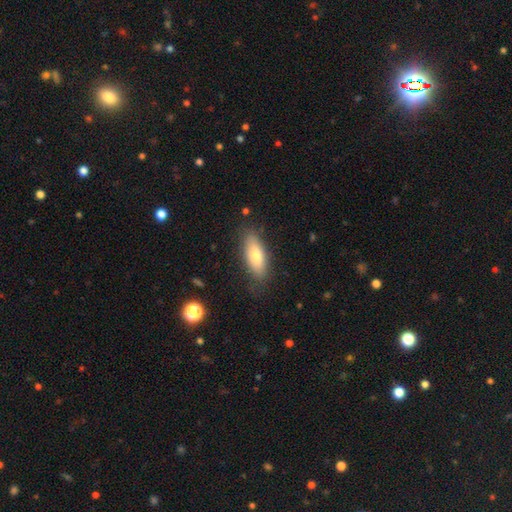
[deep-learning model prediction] This is likely a smooth galaxy (73%). How rounded: likely in between (70%). Merging: clearly none (82%).